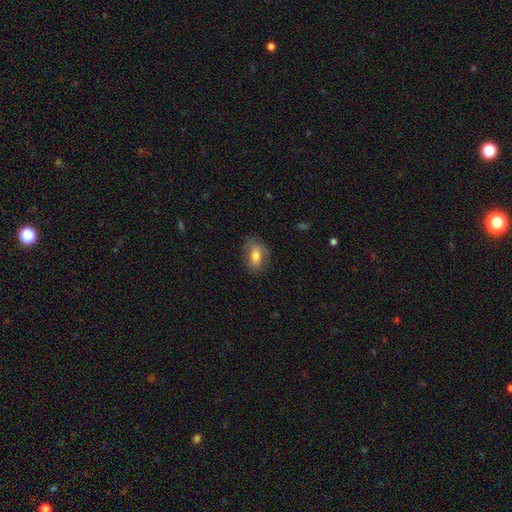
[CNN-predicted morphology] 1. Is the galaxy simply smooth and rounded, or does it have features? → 71% smooth, 21% featured or disk, 8% star or artifact.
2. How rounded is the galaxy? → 80% in between, 17% round, 3% cigar-shaped.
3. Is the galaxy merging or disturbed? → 74% none, 18% minor disturbance, 6% major disturbance, 1% merger.